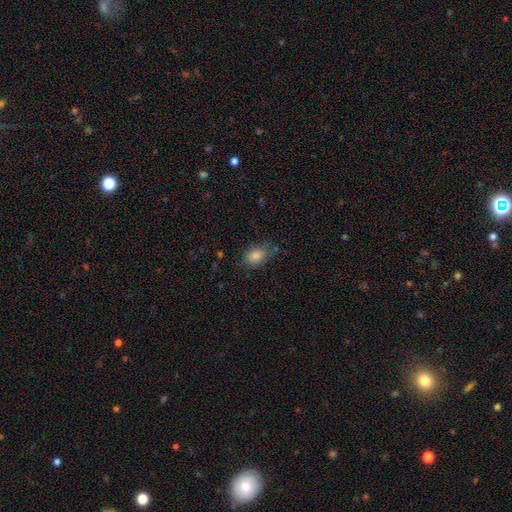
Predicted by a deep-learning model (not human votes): smooth-or-featured: smooth: 84% | star or artifact: 9% | featured or disk: 7%
  how-rounded: in between: 78% | round: 20% | cigar-shaped: 2%
  merging: none: 67% | minor disturbance: 24% | major disturbance: 7% | merger: 3%